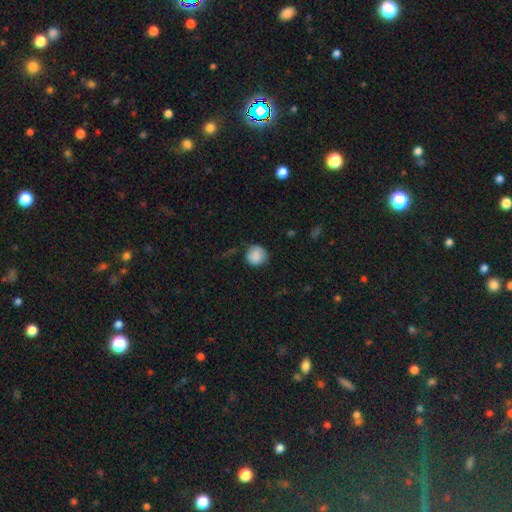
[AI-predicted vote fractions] This appears to be a smooth galaxy with no disk features (84%) that is round (88%). Merging: none (73%).